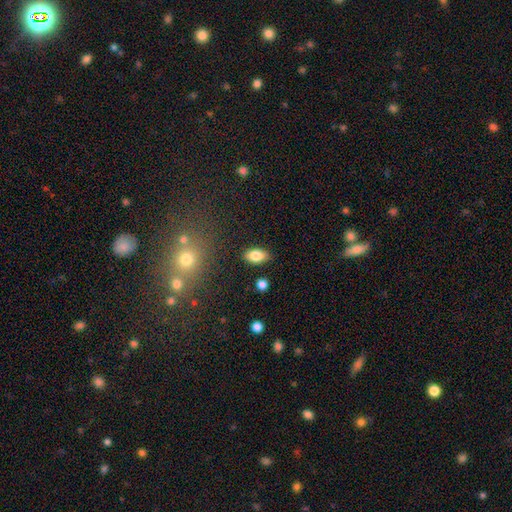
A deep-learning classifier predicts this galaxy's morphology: smooth-or-featured: smooth: 83% | featured or disk: 9% | star or artifact: 8%
  how-rounded: in between: 91% | round: 6% | cigar-shaped: 3%
  merging: none: 85% | minor disturbance: 10% | major disturbance: 2% | merger: 2%